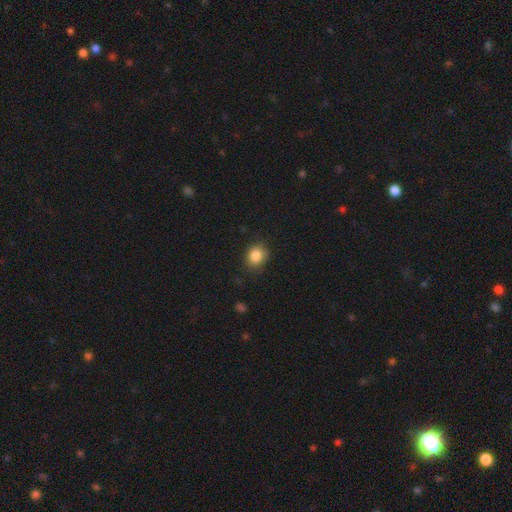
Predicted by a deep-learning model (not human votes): Morphology: type=smooth (85%); roundness=round (56%); merging=none (81%).